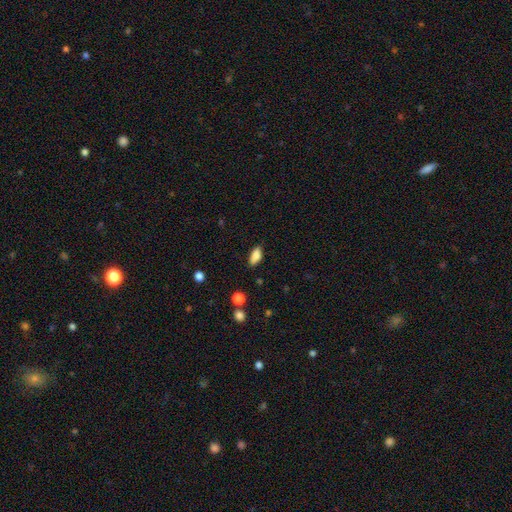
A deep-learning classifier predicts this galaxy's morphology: smooth-or-featured: smooth: 86% | star or artifact: 8% | featured or disk: 6%
  how-rounded: in between: 85% | cigar-shaped: 11% | round: 3%
  merging: none: 81% | minor disturbance: 15% | major disturbance: 3% | merger: 2%